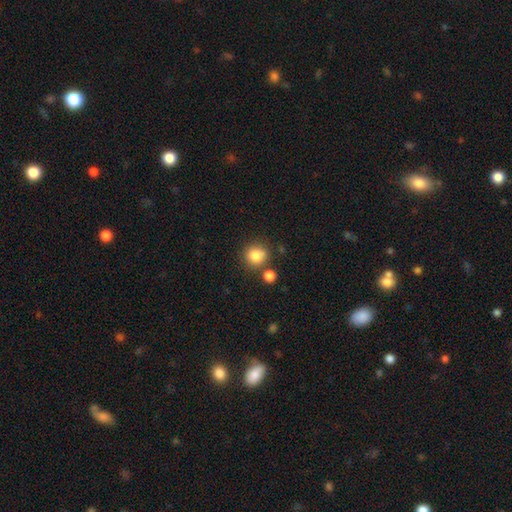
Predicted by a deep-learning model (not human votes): Overall: smooth (83%). How rounded: round (86%). Merging: none (73%).